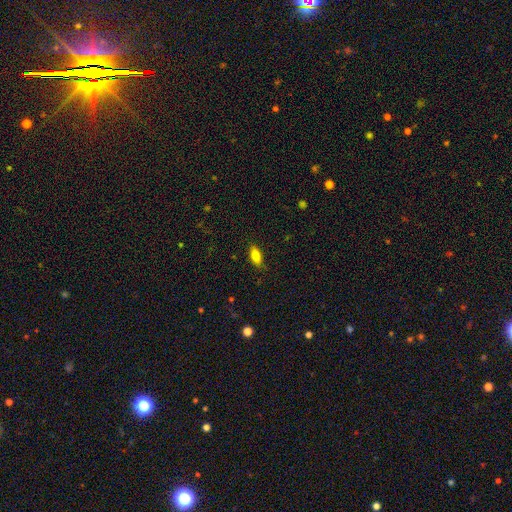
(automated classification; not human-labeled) smooth-or-featured: smooth: 80% | featured or disk: 12% | star or artifact: 8%
  how-rounded: in between: 81% | cigar-shaped: 16% | round: 3%
  merging: none: 83% | minor disturbance: 13% | major disturbance: 3% | merger: 1%